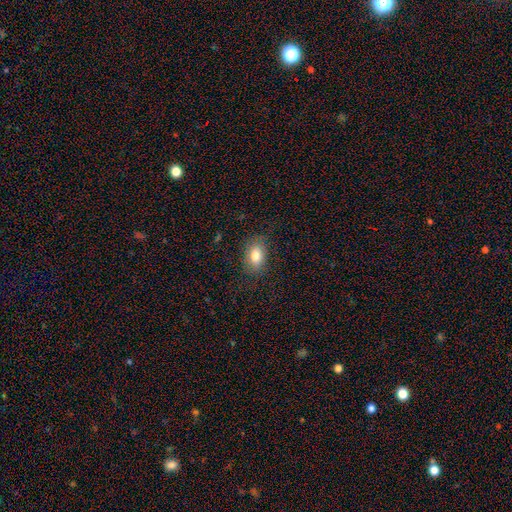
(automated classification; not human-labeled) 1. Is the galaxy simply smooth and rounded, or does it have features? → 82% smooth, 10% featured or disk, 8% star or artifact.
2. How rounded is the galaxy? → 88% in between, 10% round, 2% cigar-shaped.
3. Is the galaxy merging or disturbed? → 81% none, 14% minor disturbance, 4% major disturbance, 1% merger.